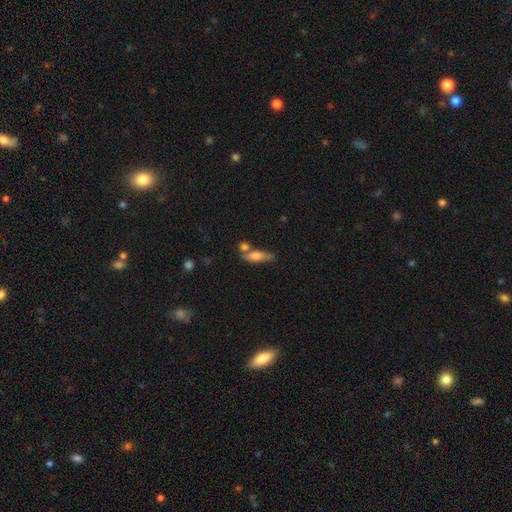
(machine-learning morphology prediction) smooth_or_featured: smooth (p=0.65) [alt: featured or disk p=0.28]
how_rounded: cigar-shaped (p=0.52) [alt: in between p=0.44]
merging: none (p=0.55) [alt: merger p=0.22]